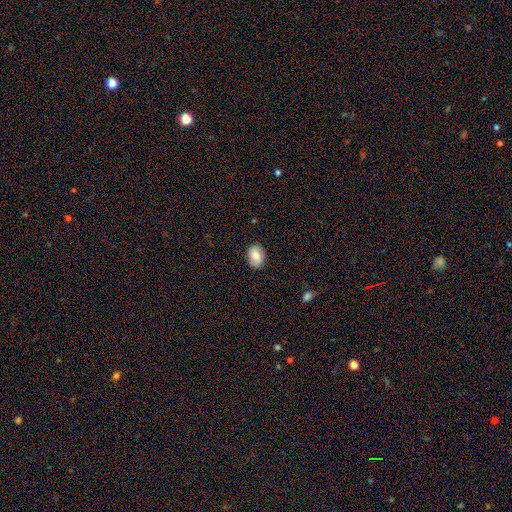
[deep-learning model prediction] Overall: smooth (79%). How rounded: in between (70%). Merging: none (86%).